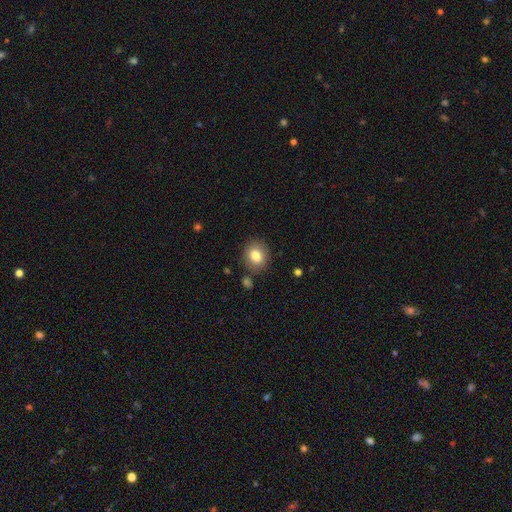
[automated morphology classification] smooth_or_featured: smooth (p=0.82) [alt: star or artifact p=0.09]
how_rounded: round (p=0.68) [alt: in between p=0.31]
merging: none (p=0.84) [alt: minor disturbance p=0.10]